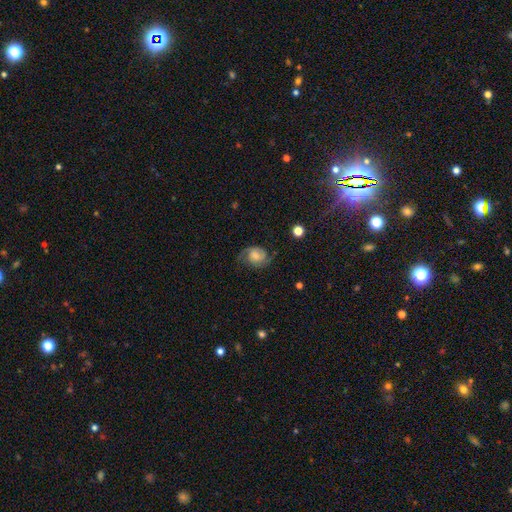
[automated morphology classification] This is likely a featured or disk galaxy (71%). It is clearly not viewed edge-on (98%). Bar: possibly no (60%). Spiral arm pattern: clearly yes (94%). Spiral arm count: clearly 2 (85%). Spiral winding: possibly medium (49%). Central bulge: marginally moderate (32%). Merging: likely none (67%).